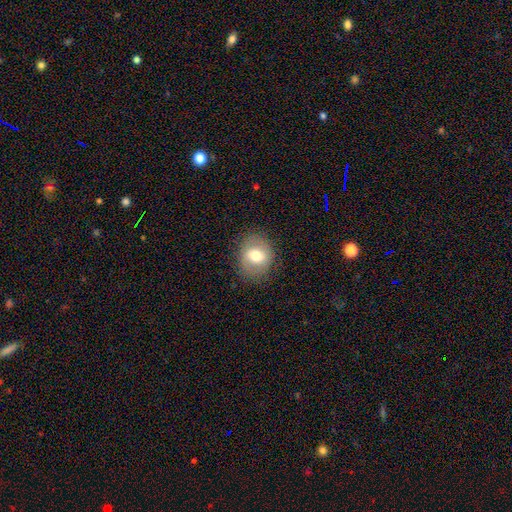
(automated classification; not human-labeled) smooth-or-featured: smooth: 67% | featured or disk: 24% | star or artifact: 8%
  how-rounded: round: 62% | in between: 37% | cigar-shaped: 1%
  merging: none: 82% | minor disturbance: 13% | major disturbance: 5% | merger: 1%